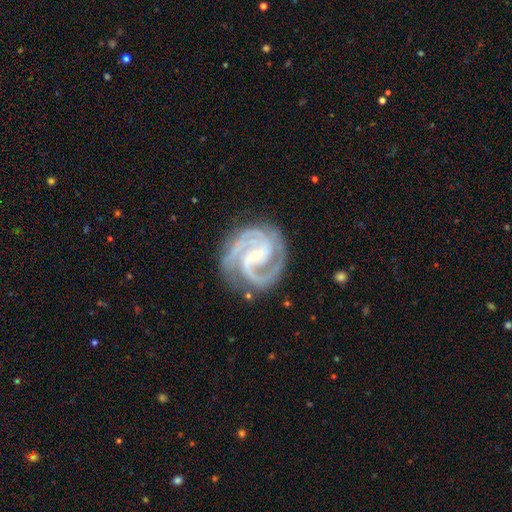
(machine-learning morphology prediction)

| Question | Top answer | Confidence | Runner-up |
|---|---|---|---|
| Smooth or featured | featured or disk | 94% | star or artifact (4%) |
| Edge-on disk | no | 98% | yes (2%) |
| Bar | no | 41% | weak (34%) |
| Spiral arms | yes | 99% | no (1%) |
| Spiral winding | tight | 53% | medium (42%) |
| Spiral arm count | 2 | 46% | 3 (37%) |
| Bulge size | small | 68% | moderate (29%) |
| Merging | none | 77% | minor disturbance (16%) |